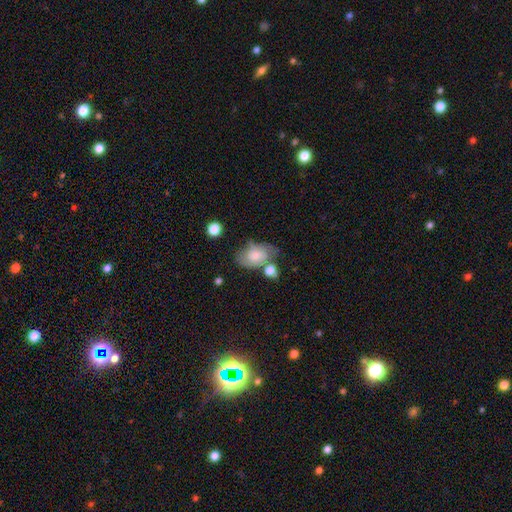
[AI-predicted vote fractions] Smooth or featured? smooth (54%)
How rounded? in between (82%)
Merging? none (44%)